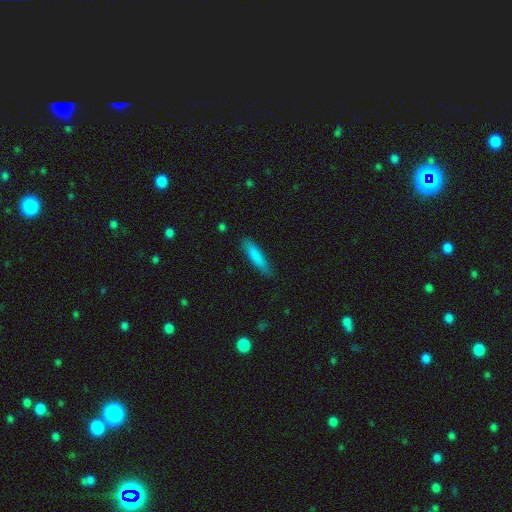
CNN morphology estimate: This is clearly a smooth galaxy (83%). How rounded: clearly cigar-shaped (82%). Merging: clearly none (84%).